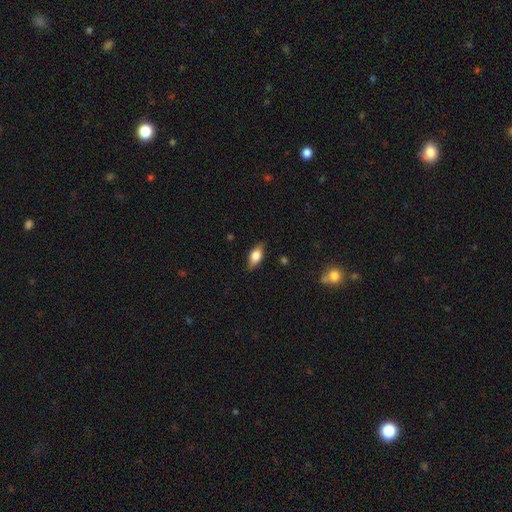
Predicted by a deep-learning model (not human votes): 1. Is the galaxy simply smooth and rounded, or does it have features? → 70% smooth, 23% featured or disk, 7% star or artifact.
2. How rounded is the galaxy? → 83% in between, 12% cigar-shaped, 5% round.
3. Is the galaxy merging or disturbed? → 85% none, 12% minor disturbance, 2% major disturbance, 1% merger.